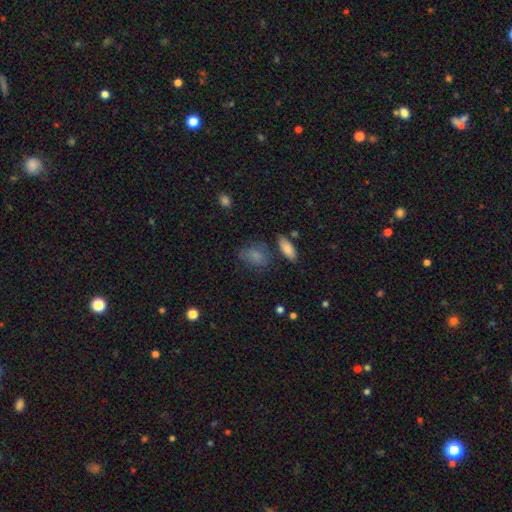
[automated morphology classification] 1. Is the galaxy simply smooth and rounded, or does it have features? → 78% smooth, 11% star or artifact, 11% featured or disk.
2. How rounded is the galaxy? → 71% in between, 26% round, 3% cigar-shaped.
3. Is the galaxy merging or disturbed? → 60% none, 23% minor disturbance, 9% major disturbance, 7% merger.